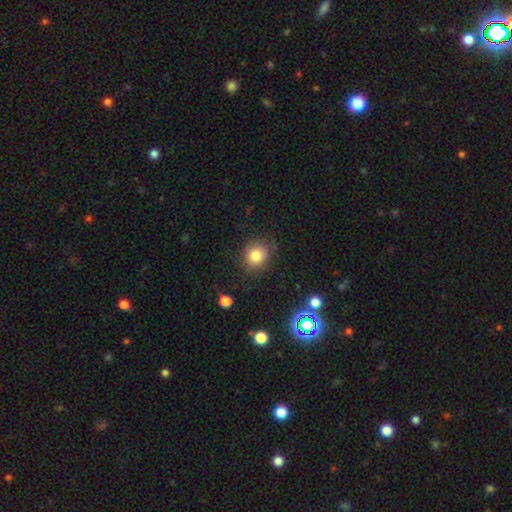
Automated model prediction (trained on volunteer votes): Morphology: type=smooth (81%); roundness=round (75%); merging=none (81%).